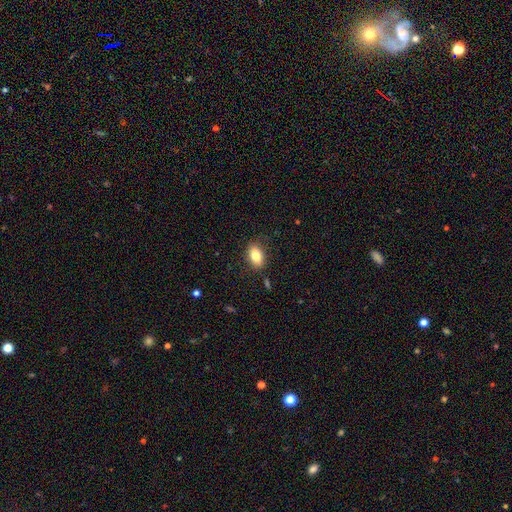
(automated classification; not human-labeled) smooth-or-featured: smooth: 82% | featured or disk: 10% | star or artifact: 8%
  how-rounded: in between: 87% | round: 11% | cigar-shaped: 2%
  merging: none: 83% | minor disturbance: 13% | major disturbance: 3% | merger: 2%